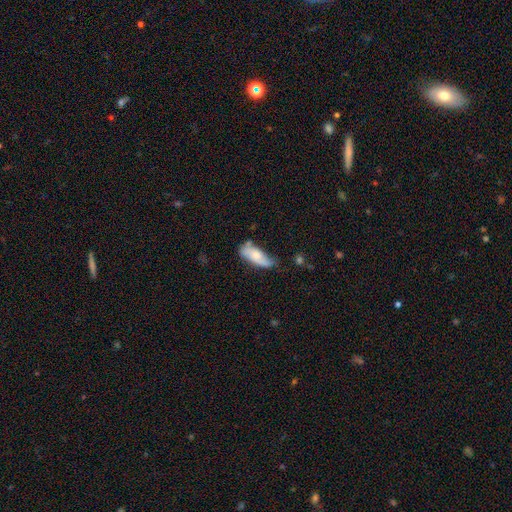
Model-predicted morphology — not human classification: smooth-or-featured: smooth: 61% | featured or disk: 32% | star or artifact: 7%
  how-rounded: in between: 77% | cigar-shaped: 20% | round: 2%
  merging: none: 43% | minor disturbance: 37% | major disturbance: 14% | merger: 7%